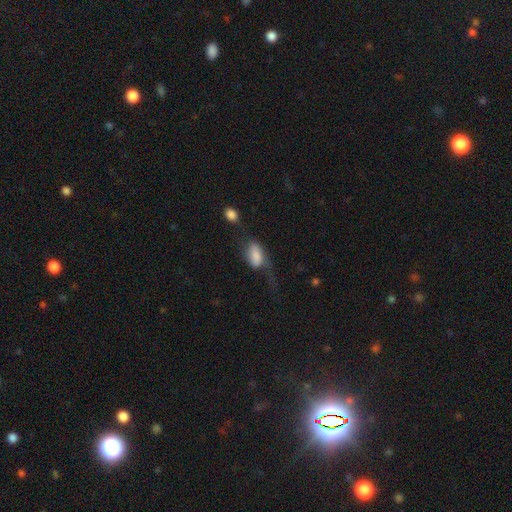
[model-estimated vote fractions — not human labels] Morphology: type=smooth (71%); roundness=in between (91%); merging=major disturbance (45%).